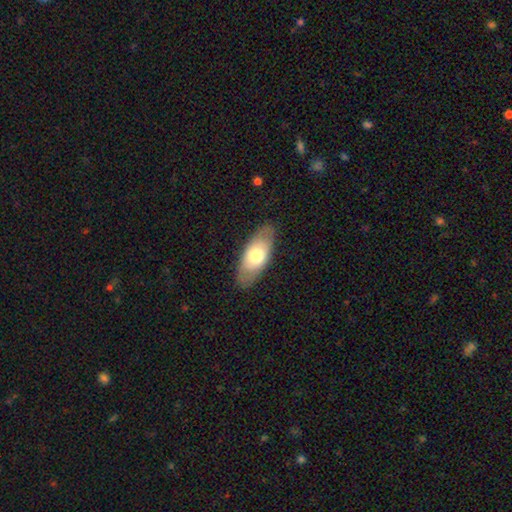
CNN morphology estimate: smooth 66%, featured or disk 28%, star or artifact 6%. Down the decision tree: how rounded — in between (85%); merging — none (83%).